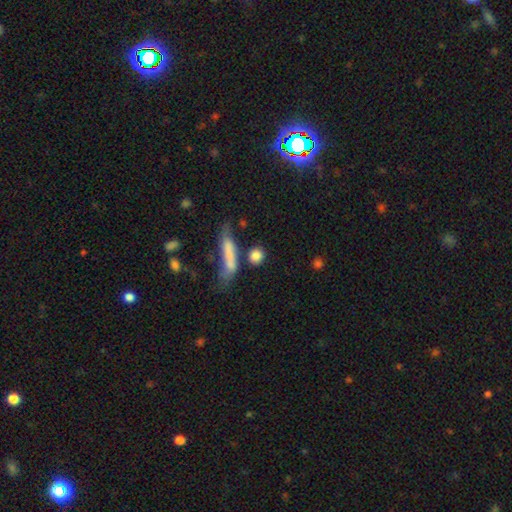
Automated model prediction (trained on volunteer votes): The model was most divided on "merging": none: 63%, merger: 17%, minor disturbance: 13%, major disturbance: 7%. More confident: smooth or featured — smooth (82%); how rounded — round (70%).